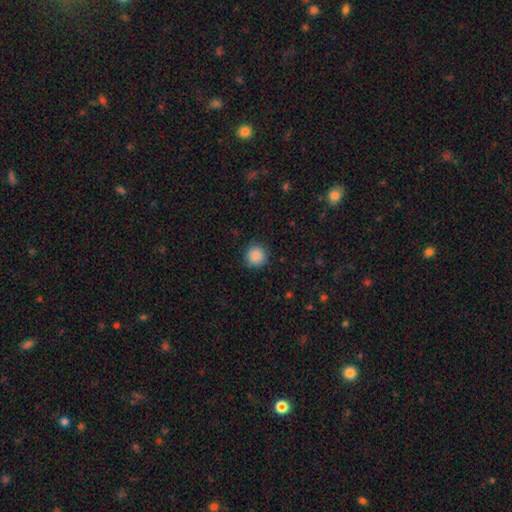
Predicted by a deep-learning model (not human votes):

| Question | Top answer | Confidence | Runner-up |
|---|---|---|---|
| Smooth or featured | smooth | 88% | star or artifact (9%) |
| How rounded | round | 93% | in between (6%) |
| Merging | none | 90% | minor disturbance (7%) |